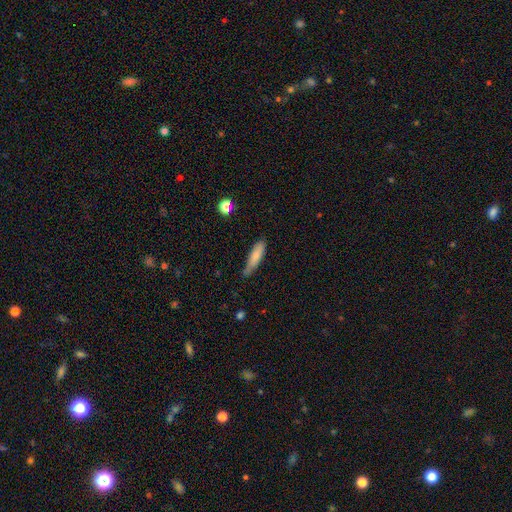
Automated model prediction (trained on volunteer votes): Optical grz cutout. It shows a smooth galaxy with no disk features (79%) that is cigar-shaped (72%). Merging: none (62%).